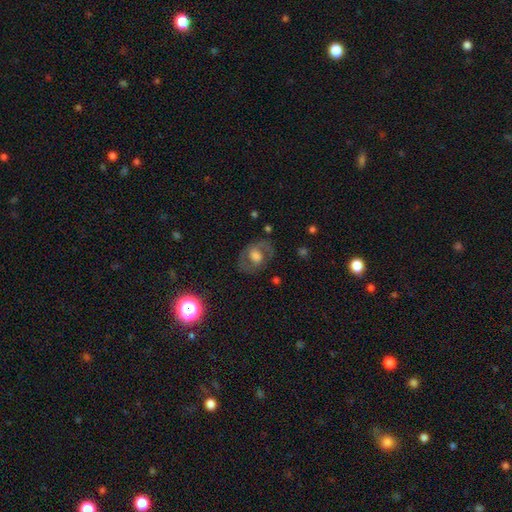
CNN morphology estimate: A featured or disk galaxy (55%) with no bar (61%), no spiral arms (51%) and a large central bulge (52%). Merging: none (72%).